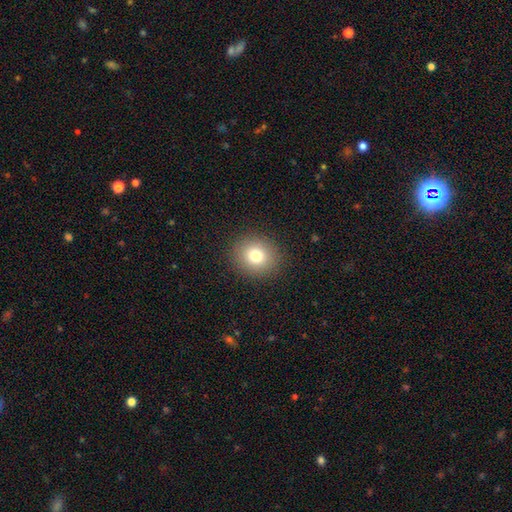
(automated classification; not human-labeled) smooth-or-featured: smooth: 78% | star or artifact: 12% | featured or disk: 10%
  how-rounded: round: 81% | in between: 18% | cigar-shaped: 1%
  merging: none: 90% | minor disturbance: 6% | major disturbance: 2% | merger: 1%